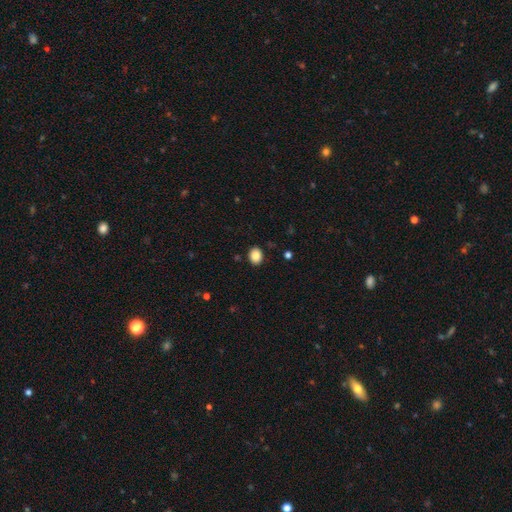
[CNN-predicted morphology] Overall: smooth (87%). How rounded: in between (54%; round 45%). Merging: none (89%).